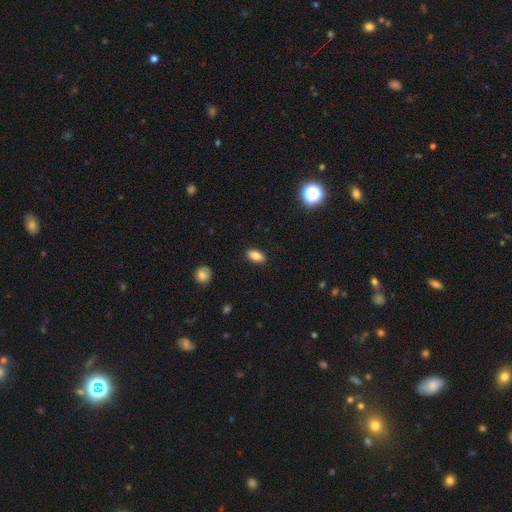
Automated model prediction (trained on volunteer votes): A smooth galaxy with no disk features (83%) that is in between round and cigar-shaped (89%).

Vote fractions:
- Smooth or featured? smooth: 83% / featured or disk: 8% / star or artifact: 8%
- How rounded? in between: 89% / cigar-shaped: 6% / round: 4%
- Merging? none: 89% / minor disturbance: 8% / major disturbance: 2% / merger: 1%